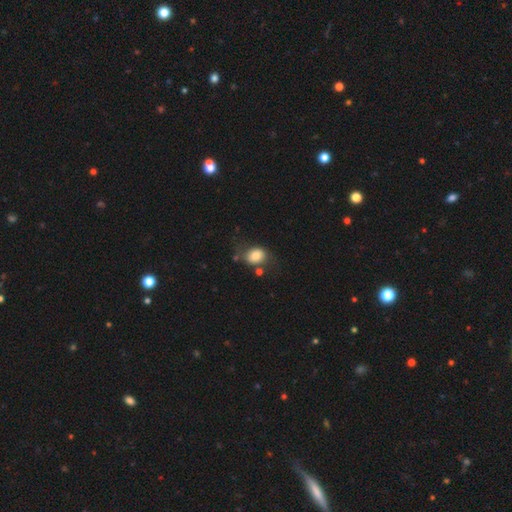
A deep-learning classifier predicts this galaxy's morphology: smooth-or-featured: smooth: 77% | featured or disk: 15% | star or artifact: 9%
  how-rounded: in between: 58% | round: 41% | cigar-shaped: 1%
  merging: none: 58% | minor disturbance: 23% | major disturbance: 11% | merger: 8%